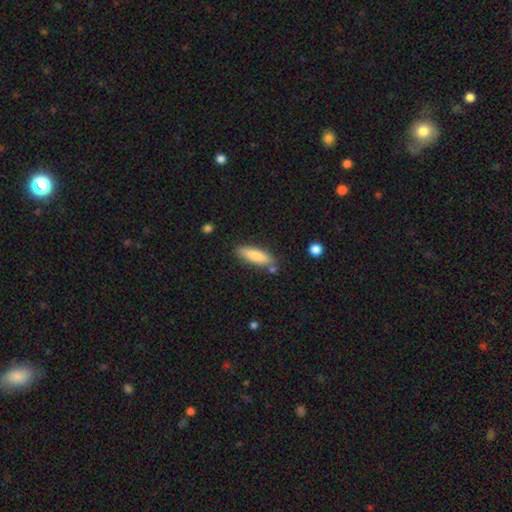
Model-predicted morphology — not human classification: smooth 79%, featured or disk 15%, star or artifact 6%. Down the decision tree: how rounded — cigar-shaped (57%); merging — none (78%).